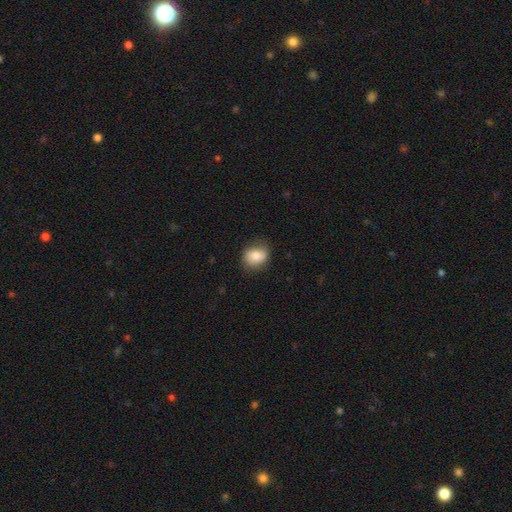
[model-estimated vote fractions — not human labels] This appears to be a smooth galaxy with no disk features (77%) that is round (52%). Merging: none (76%).